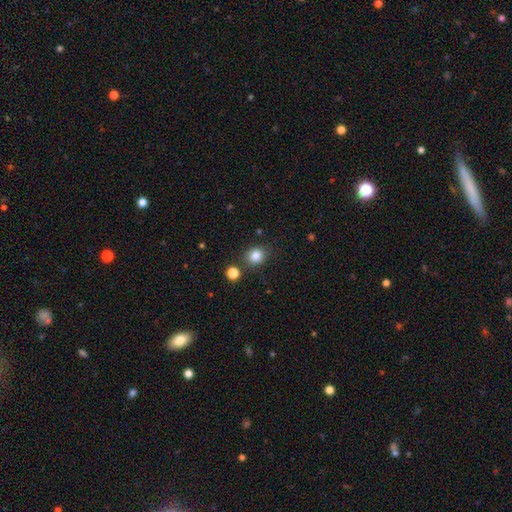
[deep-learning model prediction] Smooth or featured: smooth — 83% (star or artifact — 12%)
How rounded: round — 78% (in between — 21%)
Merging: none — 82% (minor disturbance — 9%)